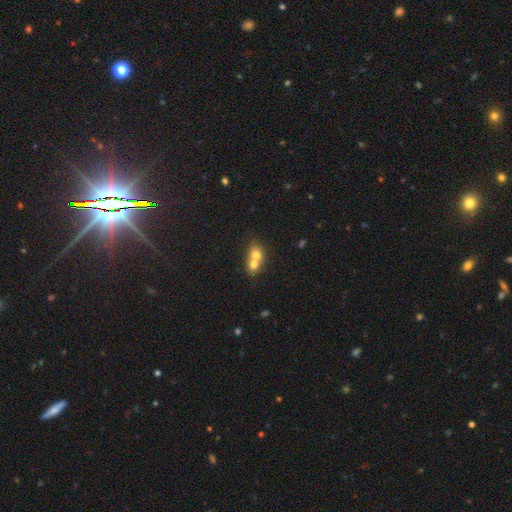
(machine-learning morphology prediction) smooth_or_featured: smooth (p=0.70) [alt: featured or disk p=0.21]
how_rounded: round (p=0.56) [alt: in between p=0.43]
merging: merger (p=0.72) [alt: none p=0.20]